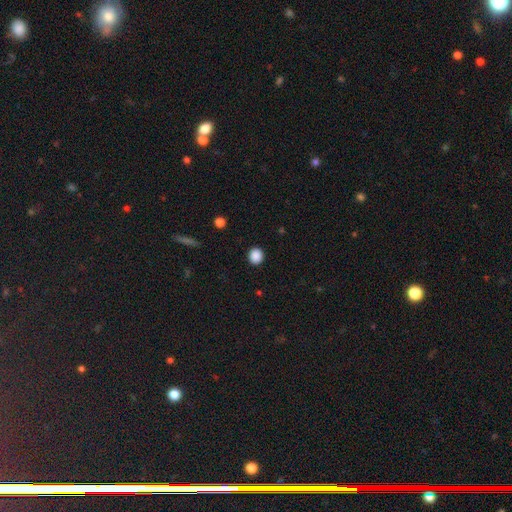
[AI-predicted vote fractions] This appears to be a smooth galaxy with no disk features (88%) that is round (81%). Merging: none (92%).